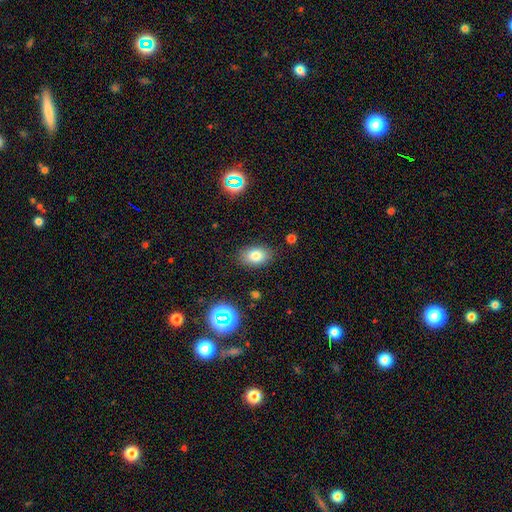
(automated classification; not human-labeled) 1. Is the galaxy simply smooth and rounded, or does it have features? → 80% smooth, 11% star or artifact, 9% featured or disk.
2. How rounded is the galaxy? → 84% in between, 15% round, 1% cigar-shaped.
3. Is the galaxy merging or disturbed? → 85% none, 11% minor disturbance, 3% major disturbance, 2% merger.